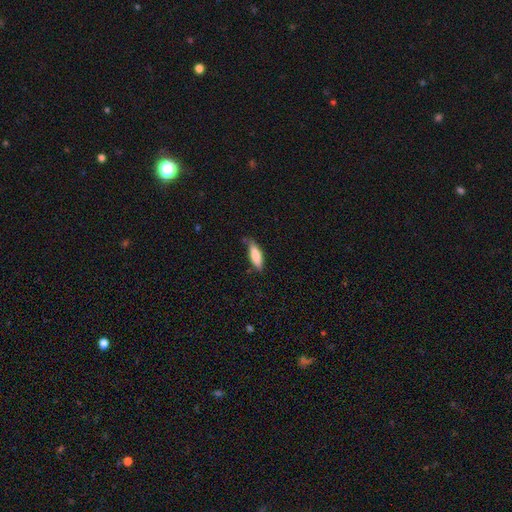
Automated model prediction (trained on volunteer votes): Smooth or featured? Predicted: smooth (p=0.80). How rounded? Predicted: in between (p=0.56). Merging? Predicted: none (p=0.67).